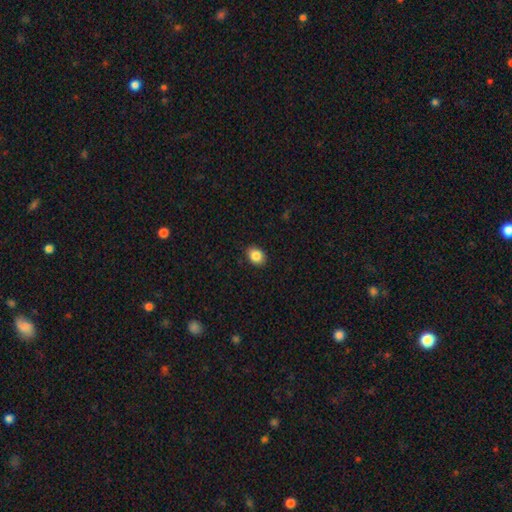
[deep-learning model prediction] Morphology: type=smooth (87%); roundness=in between (63%); merging=none (89%).